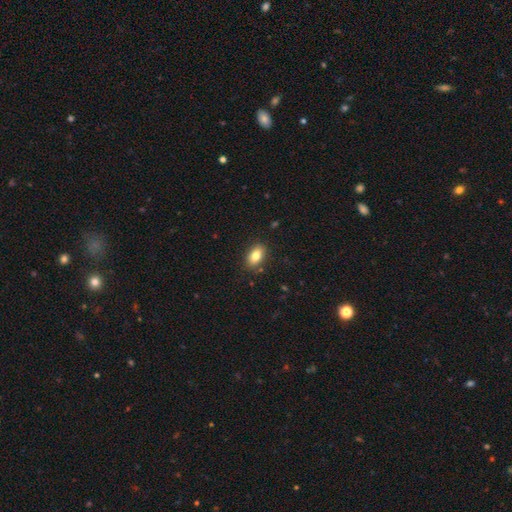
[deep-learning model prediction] Smooth or featured?
  - smooth: 80% *
  - featured or disk: 11%
  - star or artifact: 8%
How rounded?
  - in between: 88% *
  - round: 10%
  - cigar-shaped: 2%
Merging?
  - none: 86% *
  - minor disturbance: 10%
  - major disturbance: 2%
  - merger: 2%